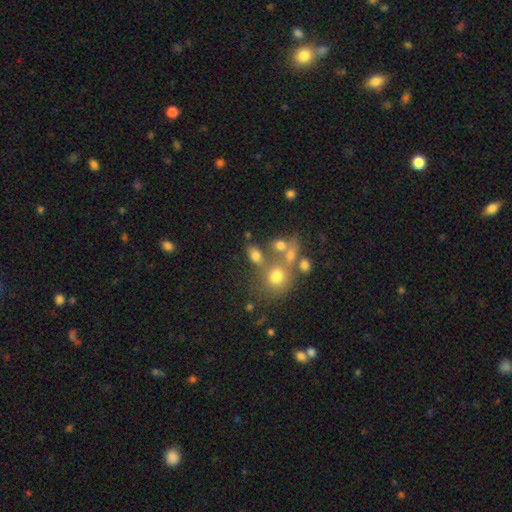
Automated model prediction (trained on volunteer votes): Smooth or featured: smooth — 69% (featured or disk — 15%)
How rounded: in between — 70% (round — 27%)
Merging: none — 48% (merger — 30%)